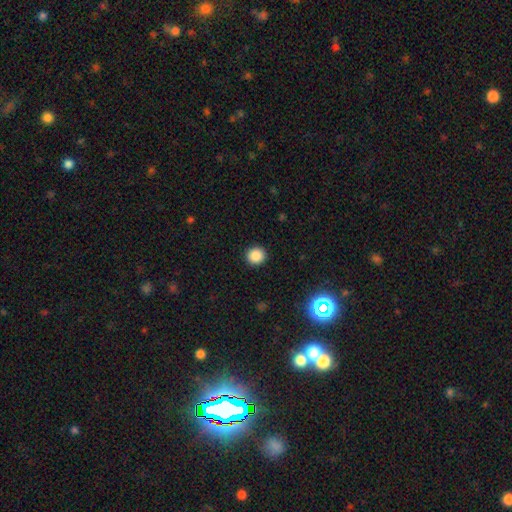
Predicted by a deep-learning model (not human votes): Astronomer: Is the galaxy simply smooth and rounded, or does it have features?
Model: smooth — 86%.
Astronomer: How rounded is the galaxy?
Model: round — 93%.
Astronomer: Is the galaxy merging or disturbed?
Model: none — 92%.